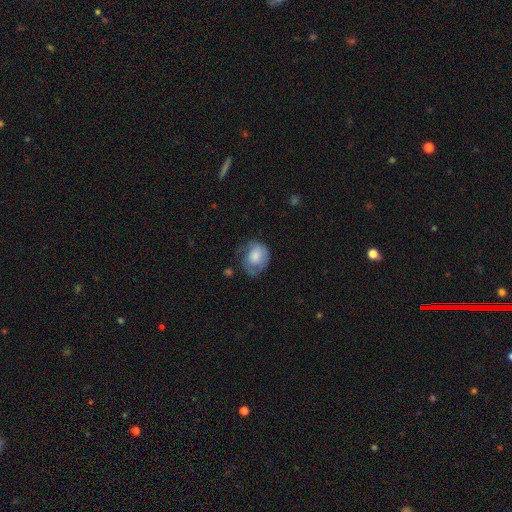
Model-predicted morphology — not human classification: Overall: smooth (58%; featured or disk 35%). How rounded: round (53%; in between 46%). Merging: none (43%; minor disturbance 32%).